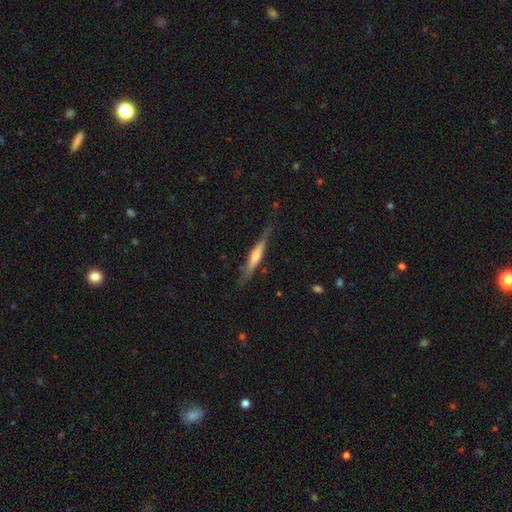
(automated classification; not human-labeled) Smooth or featured?
  - featured or disk: 62% *
  - smooth: 32%
  - star or artifact: 6%
Edge-on disk?
  - yes: 94% *
  - no: 6%
Edge-on bulge?
  - rounded: 53% *
  - none: 26%
  - boxy: 21%
Merging?
  - none: 76% *
  - minor disturbance: 18%
  - major disturbance: 5%
  - merger: 2%